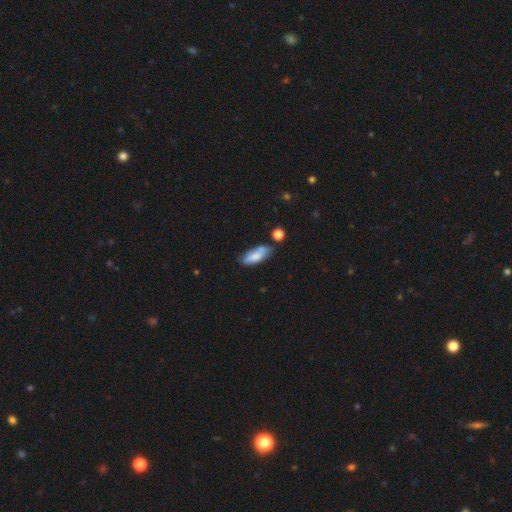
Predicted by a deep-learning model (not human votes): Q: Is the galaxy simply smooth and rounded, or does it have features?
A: smooth — 74%.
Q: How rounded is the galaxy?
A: in between — 71%.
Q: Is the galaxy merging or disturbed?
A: none — 57%.